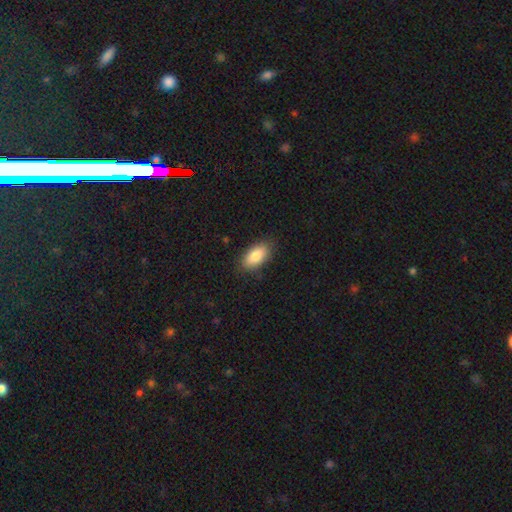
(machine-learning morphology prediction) Smooth or featured: smooth — 85% (featured or disk — 8%)
How rounded: in between — 91% (cigar-shaped — 6%)
Merging: none — 86% (minor disturbance — 11%)